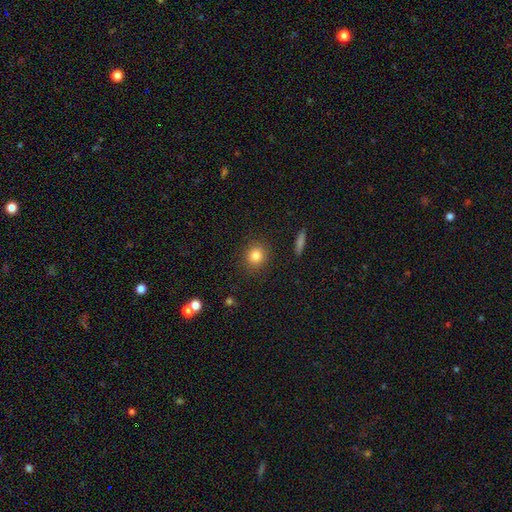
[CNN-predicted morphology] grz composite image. It shows a smooth galaxy with no disk features (82%) that is round (86%). Merging: none (89%).